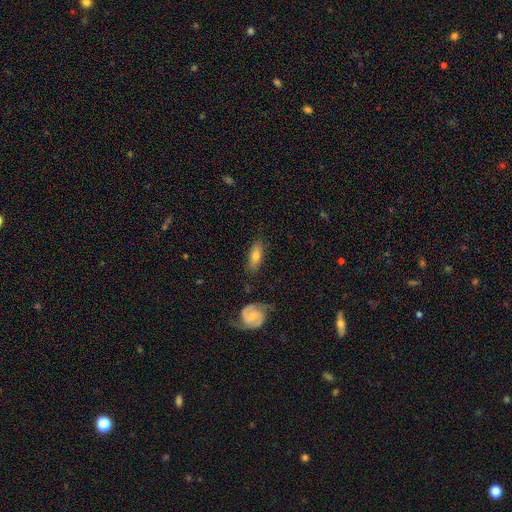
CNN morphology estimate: The model was most divided on "smooth or featured": smooth: 63%, featured or disk: 31%, star or artifact: 6%. More confident: merging — none (77%); how rounded — in between (65%).